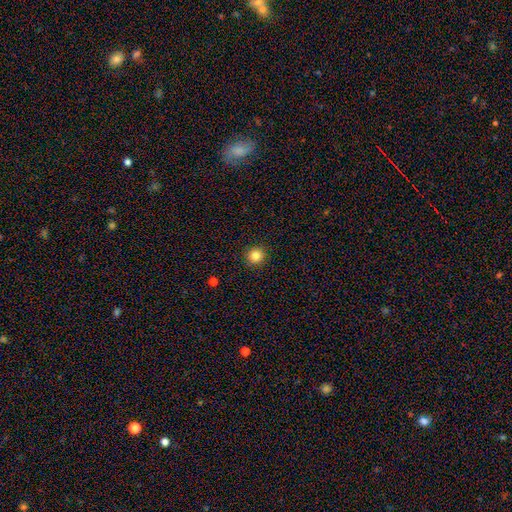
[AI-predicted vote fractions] Smooth or featured?
  - smooth: 83% *
  - star or artifact: 12%
  - featured or disk: 5%
How rounded?
  - round: 94% *
  - in between: 5%
  - cigar-shaped: 1%
Merging?
  - none: 93% *
  - minor disturbance: 5%
  - major disturbance: 2%
  - merger: 1%